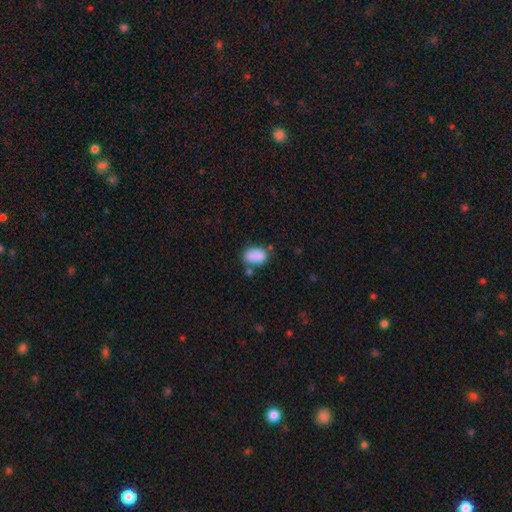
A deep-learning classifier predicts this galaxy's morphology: smooth-or-featured: smooth: 85% | star or artifact: 8% | featured or disk: 7%
  how-rounded: in between: 85% | round: 14% | cigar-shaped: 1%
  merging: none: 61% | minor disturbance: 20% | merger: 13% | major disturbance: 6%